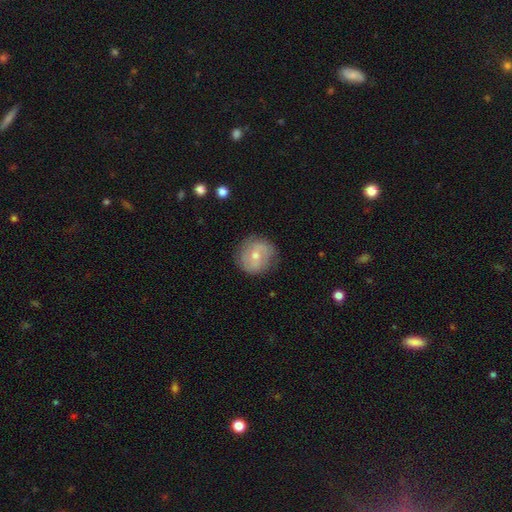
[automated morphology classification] The model was most divided on "bulge size": moderate: 49%, small: 47%, large: 2%, none: 1%, dominant: 1%. More confident: edge-on disk — no (97%); merging — none (79%); spiral arms — yes (77%); smooth or featured — featured or disk (53%); bar — no (51%).